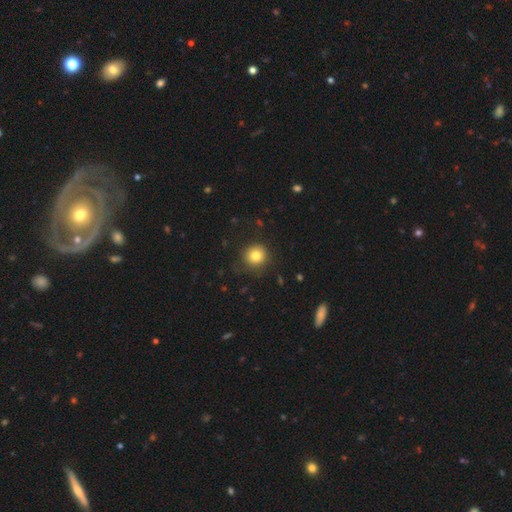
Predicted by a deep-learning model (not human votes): Overall: smooth (81%). How rounded: round (90%). Merging: none (81%).